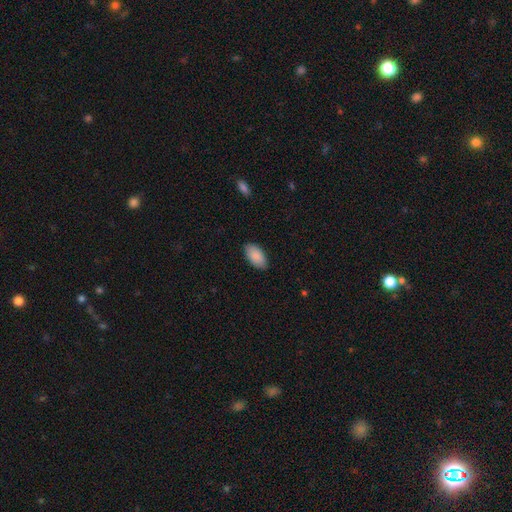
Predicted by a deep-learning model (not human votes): Q: Smooth or featured?
A: smooth (89%); runner-up: star or artifact (6%)
Q: How rounded?
A: in between (95%); runner-up: round (2%)
Q: Merging?
A: none (87%); runner-up: minor disturbance (10%)